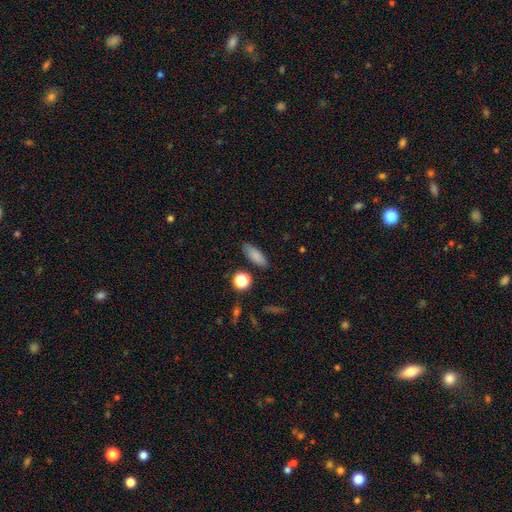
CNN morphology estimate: This appears to be a smooth galaxy with no disk features (82%) that is in between round and cigar-shaped (64%). Merging: none (84%).